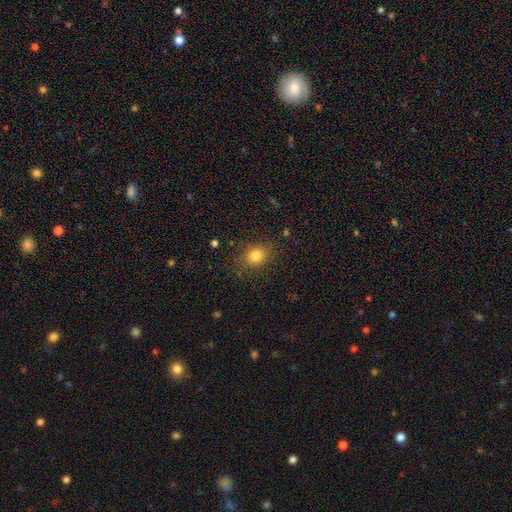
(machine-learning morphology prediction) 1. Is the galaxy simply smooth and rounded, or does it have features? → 80% smooth, 12% star or artifact, 8% featured or disk.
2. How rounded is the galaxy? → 51% in between, 48% round, 1% cigar-shaped.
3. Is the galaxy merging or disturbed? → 81% none, 13% minor disturbance, 4% major disturbance, 1% merger.